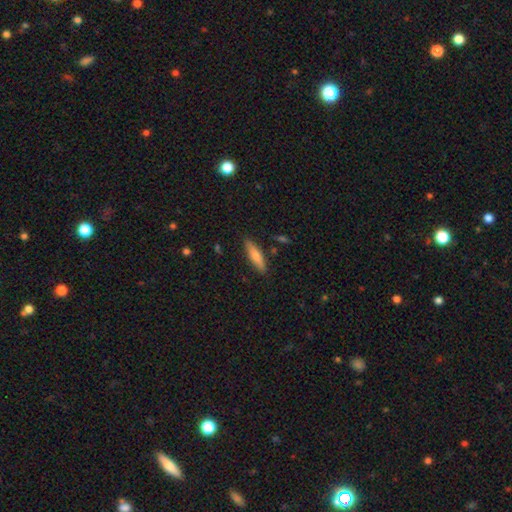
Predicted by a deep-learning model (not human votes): Smooth or featured: smooth — 65% (featured or disk — 29%)
How rounded: cigar-shaped — 74% (in between — 24%)
Merging: none — 87% (minor disturbance — 9%)